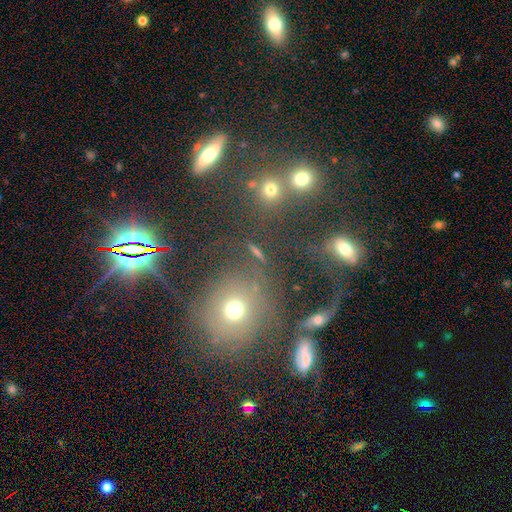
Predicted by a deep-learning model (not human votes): This appears to be a smooth galaxy with no disk features (42%). Merging: none (63%).